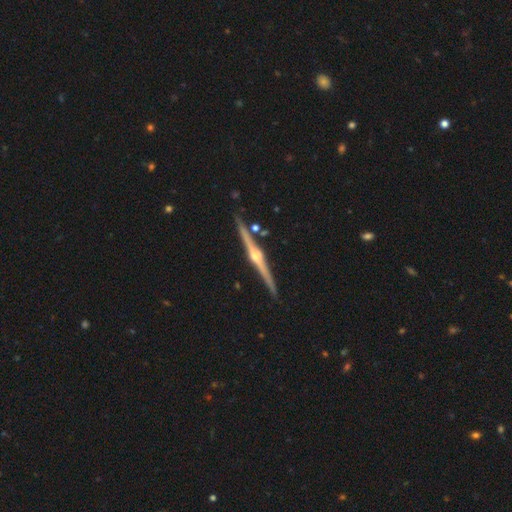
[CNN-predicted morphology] type=featured or disk (88%); edge-on=yes (99%); edge-on bulge=rounded (93%); merging=none (89%).